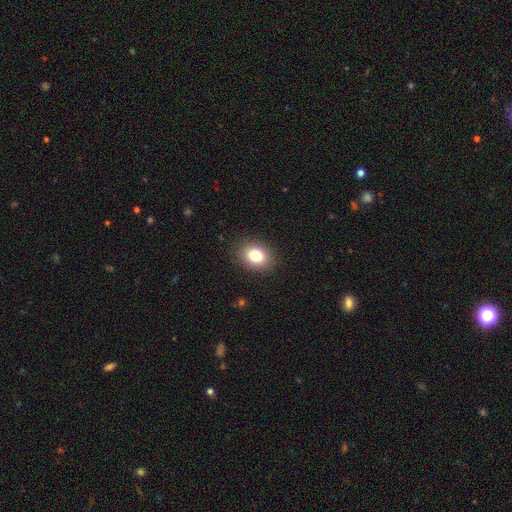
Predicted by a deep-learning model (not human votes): Smooth or featured? Predicted: smooth (p=0.84). How rounded? Predicted: in between (p=0.65). Merging? Predicted: none (p=0.88).